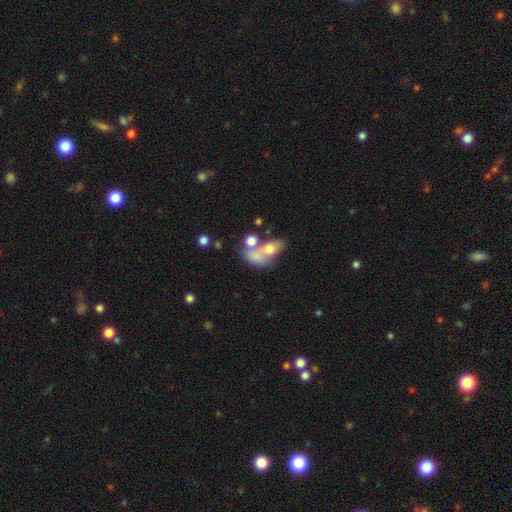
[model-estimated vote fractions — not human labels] Smooth or featured: smooth — 66% (featured or disk — 22%)
How rounded: in between — 73% (round — 23%)
Merging: merger — 55% (none — 23%)